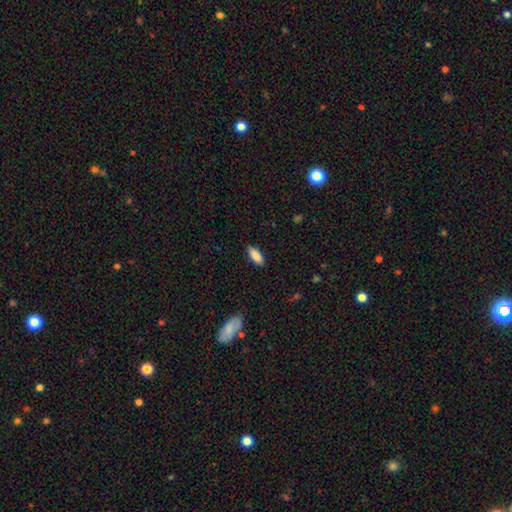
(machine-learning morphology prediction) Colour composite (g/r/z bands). It shows a smooth galaxy with no disk features (88%) that is in between round and cigar-shaped (76%). Merging: none (87%).